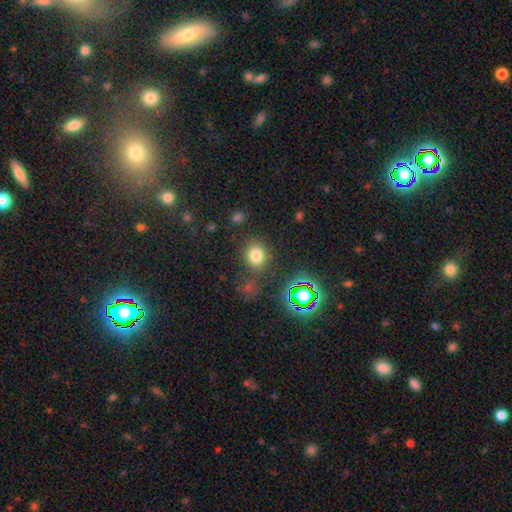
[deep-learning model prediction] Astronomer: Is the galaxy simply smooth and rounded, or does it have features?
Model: smooth — 74%.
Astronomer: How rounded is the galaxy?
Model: round — 72%.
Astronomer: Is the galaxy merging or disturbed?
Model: none — 75%.